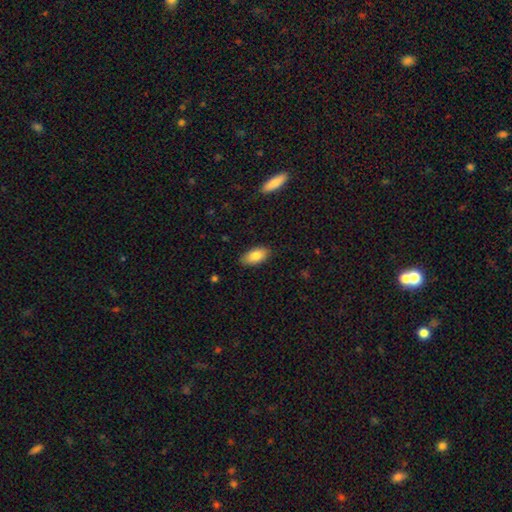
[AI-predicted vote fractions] The model was most divided on "merging": none: 86%, minor disturbance: 11%, major disturbance: 2%, merger: 1%. More confident: how rounded — in between (93%); smooth or featured — smooth (85%).